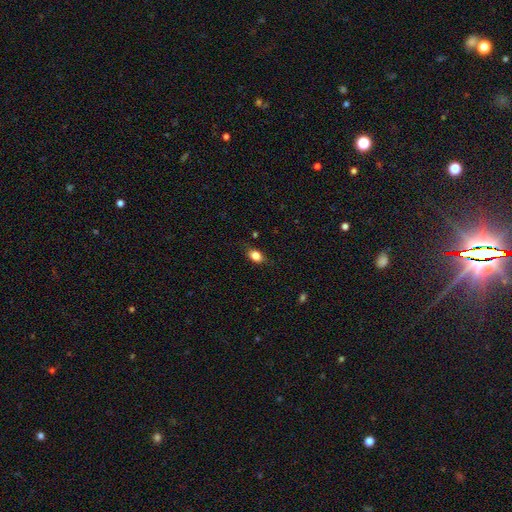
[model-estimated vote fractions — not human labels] Smooth or featured: smooth — 83% (star or artifact — 9%)
How rounded: in between — 77% (round — 20%)
Merging: none — 78% (minor disturbance — 17%)